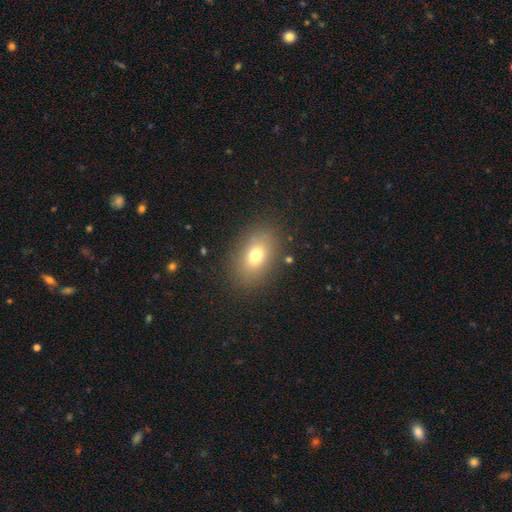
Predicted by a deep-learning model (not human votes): This is likely a smooth galaxy (73%). How rounded: clearly in between (80%). Merging: clearly none (83%).